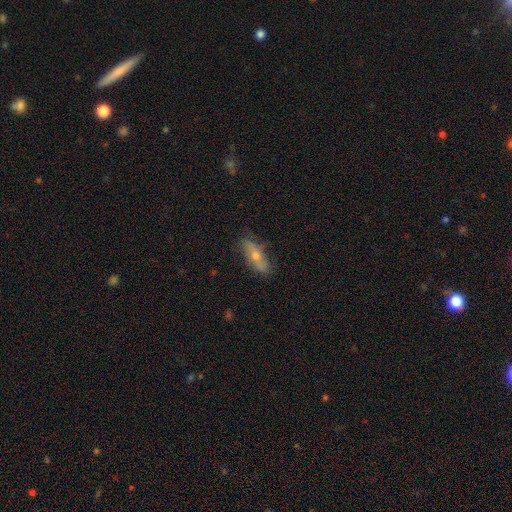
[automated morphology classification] Smooth or featured? Predicted: featured or disk (p=0.49). Merging? Predicted: none (p=0.78).